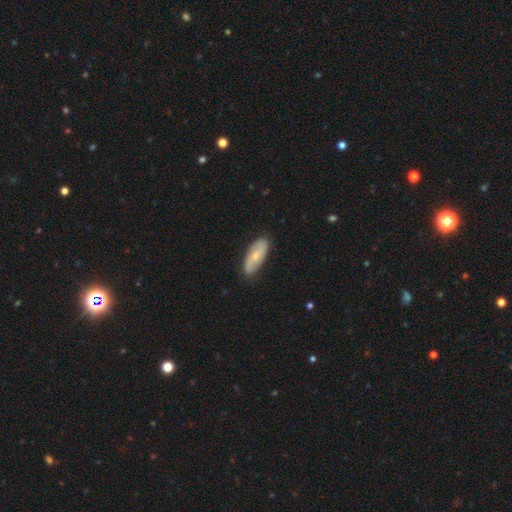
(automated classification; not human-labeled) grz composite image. It shows a smooth galaxy with no disk features (50%) that is in between round and cigar-shaped (77%). Merging: none (83%).